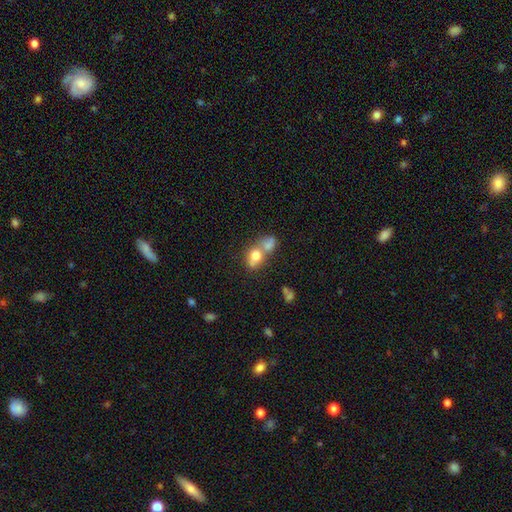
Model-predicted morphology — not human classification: A smooth galaxy with no disk features (71%) that is round (54%). Merging: merger (65%).